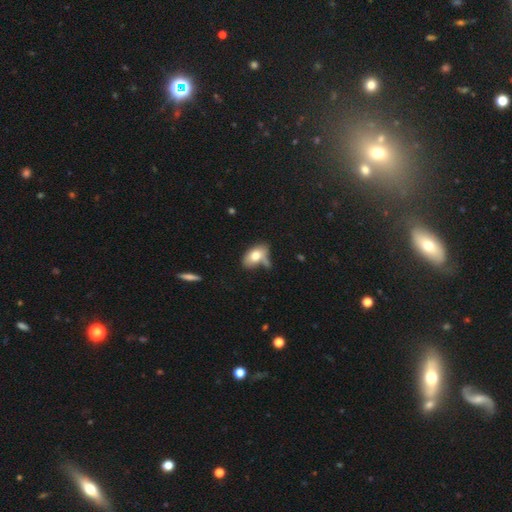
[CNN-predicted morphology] This appears to be a smooth galaxy with no disk features (75%) that is in between round and cigar-shaped (90%). Merging: none (47%).